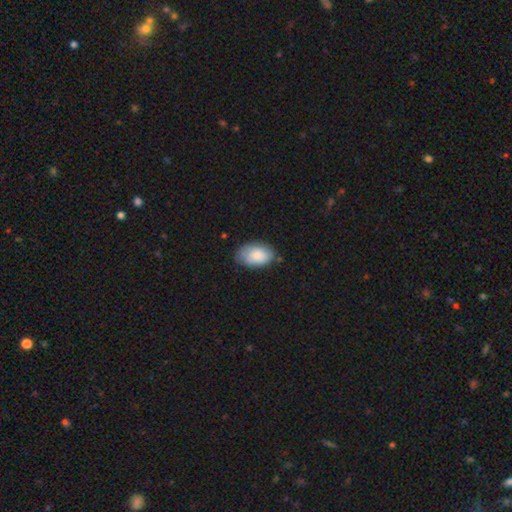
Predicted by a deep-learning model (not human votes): Smooth or featured? Predicted: smooth (p=0.80). How rounded? Predicted: in between (p=0.92). Merging? Predicted: none (p=0.70).